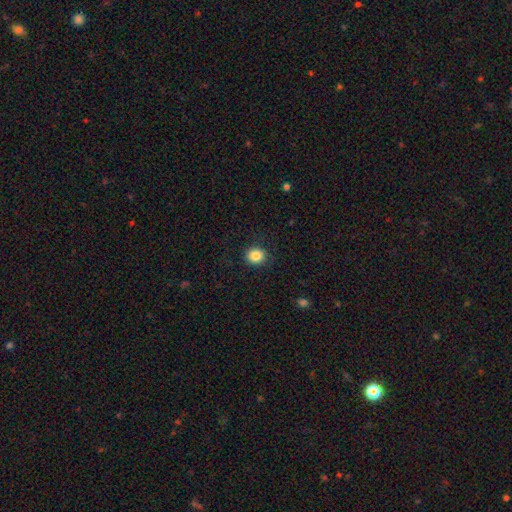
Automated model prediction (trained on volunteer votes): Morphology: type=smooth (86%); roundness=round (82%); merging=none (89%).